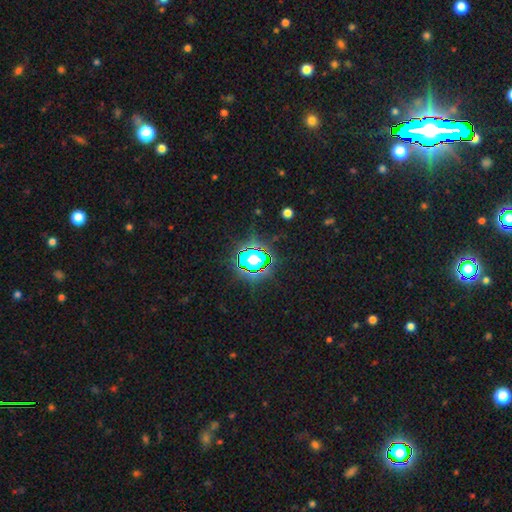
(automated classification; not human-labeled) A star or artifact, not a galaxy (69%).

Vote fractions:
- Smooth or featured? star or artifact: 69% / smooth: 21% / featured or disk: 11%